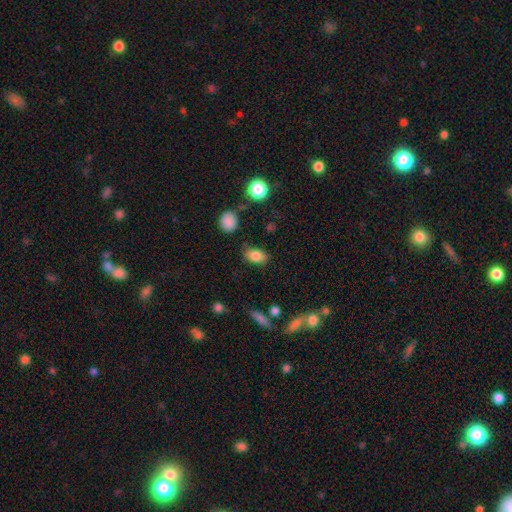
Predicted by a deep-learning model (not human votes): Smooth or featured? Predicted: smooth (p=0.82). How rounded? Predicted: in between (p=0.87). Merging? Predicted: none (p=0.79).